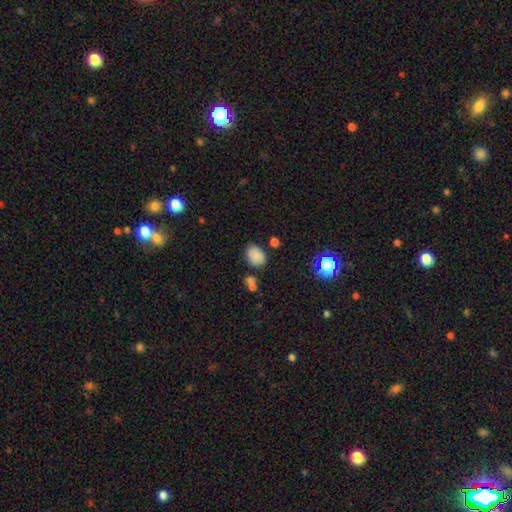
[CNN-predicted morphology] smooth 83%, star or artifact 12%, featured or disk 5%. Down the decision tree: how rounded — in between (66%); merging — none (73%).